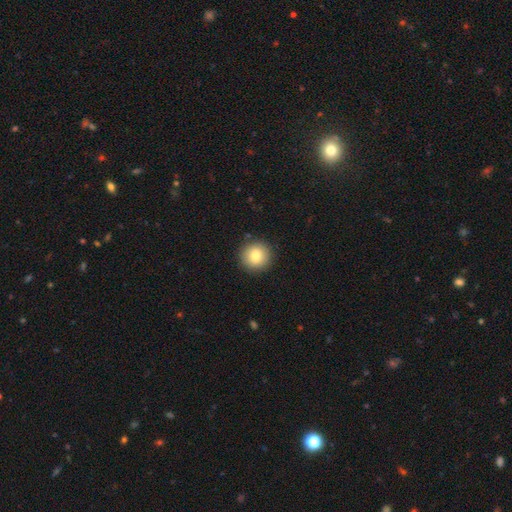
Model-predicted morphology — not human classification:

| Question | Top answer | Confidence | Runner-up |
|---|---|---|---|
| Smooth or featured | smooth | 81% | featured or disk (10%) |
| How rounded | round | 94% | in between (5%) |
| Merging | none | 90% | minor disturbance (6%) |